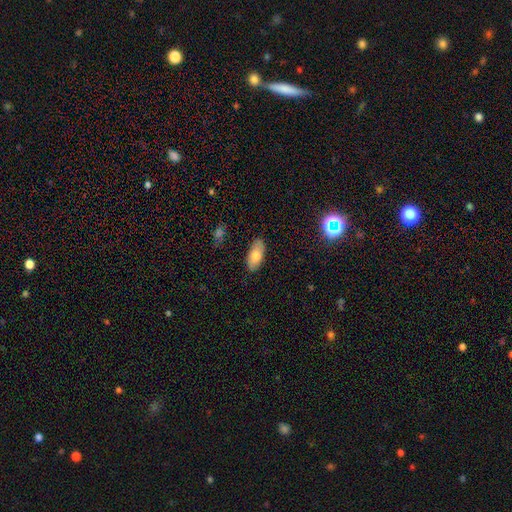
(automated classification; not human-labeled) This appears to be a smooth galaxy with no disk features (76%) that is in between round and cigar-shaped (90%). Merging: none (86%).